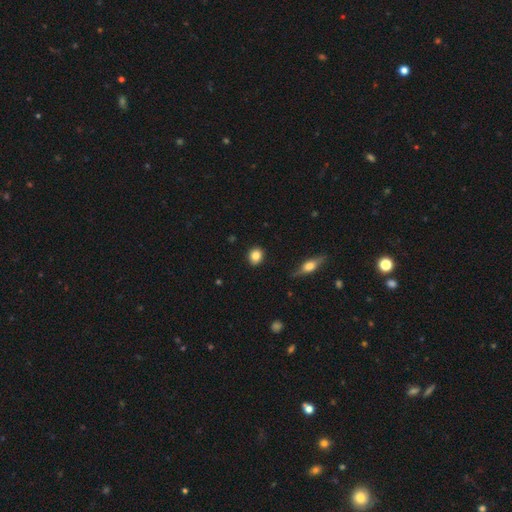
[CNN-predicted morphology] Smooth or featured? Predicted: smooth (p=0.84). How rounded? Predicted: round (p=0.70). Merging? Predicted: none (p=0.89).